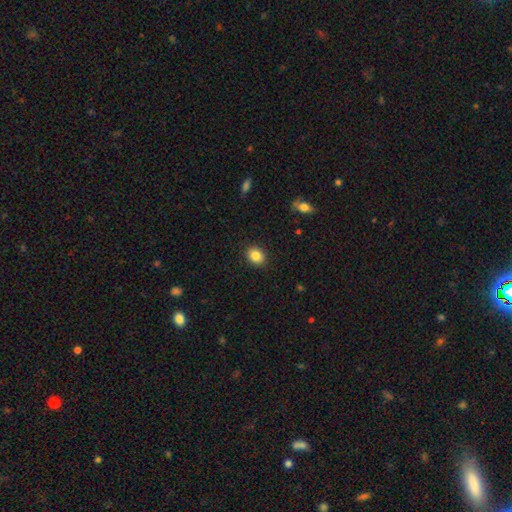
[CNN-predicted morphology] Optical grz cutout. It shows a smooth galaxy with no disk features (86%) that is round (54%). Merging: none (90%).